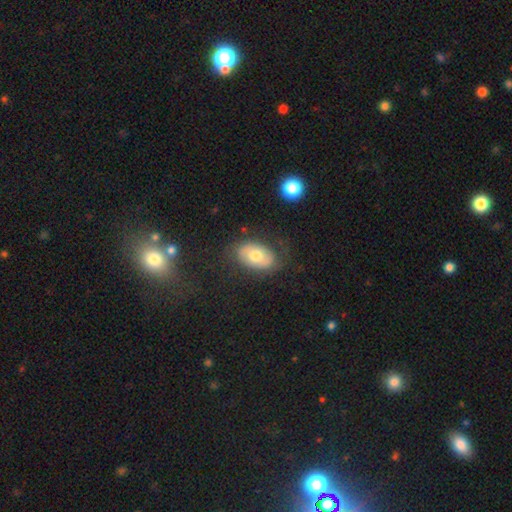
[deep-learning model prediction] A smooth galaxy with no disk features (56%) that is in between round and cigar-shaped (88%). Merging: none (74%).